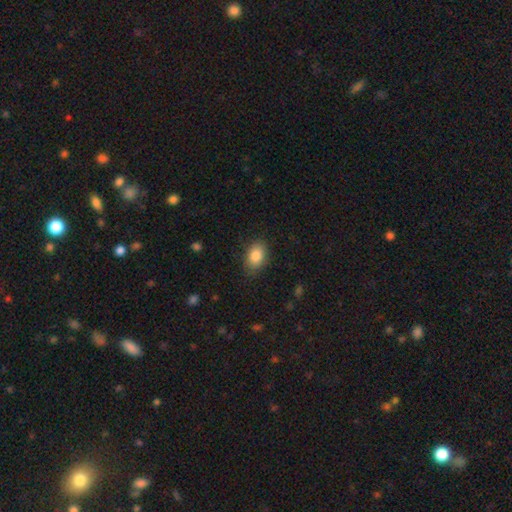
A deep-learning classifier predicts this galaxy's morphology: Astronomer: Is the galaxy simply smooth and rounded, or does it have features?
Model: smooth — 85%.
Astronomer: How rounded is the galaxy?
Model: in between — 83%.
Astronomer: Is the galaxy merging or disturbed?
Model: none — 84%.